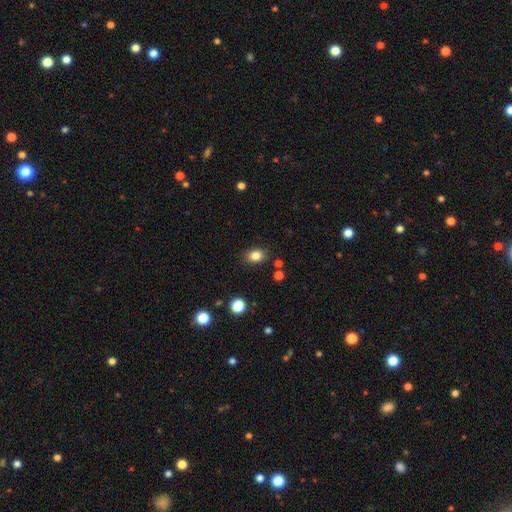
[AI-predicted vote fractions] Smooth or featured? smooth (83%)
How rounded? in between (60%)
Merging? none (86%)